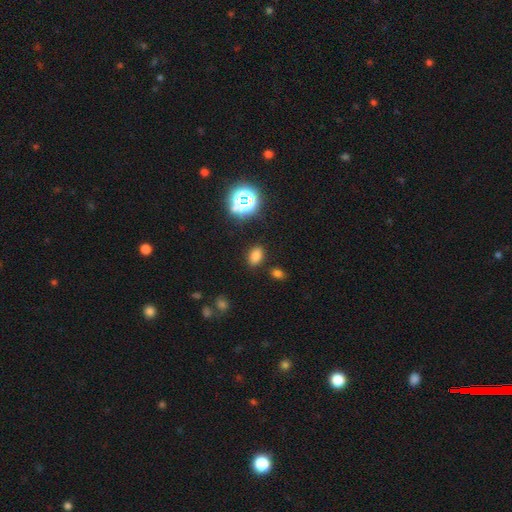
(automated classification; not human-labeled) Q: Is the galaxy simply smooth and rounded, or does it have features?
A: smooth — 76%.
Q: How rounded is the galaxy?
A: in between — 81%.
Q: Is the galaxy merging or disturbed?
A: none — 85%.